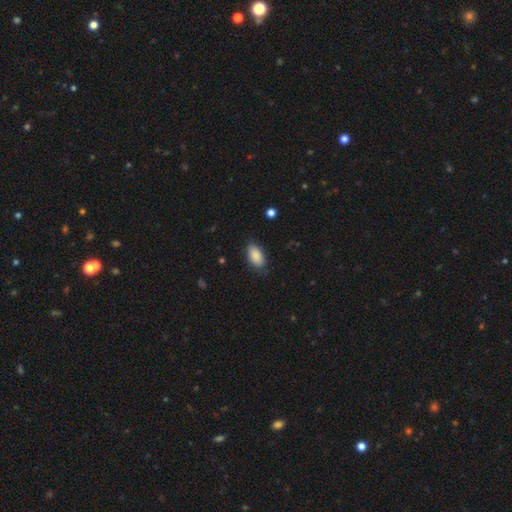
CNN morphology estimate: Smooth or featured: smooth — 87% (star or artifact — 7%)
How rounded: in between — 93% (round — 4%)
Merging: none — 78% (minor disturbance — 18%)